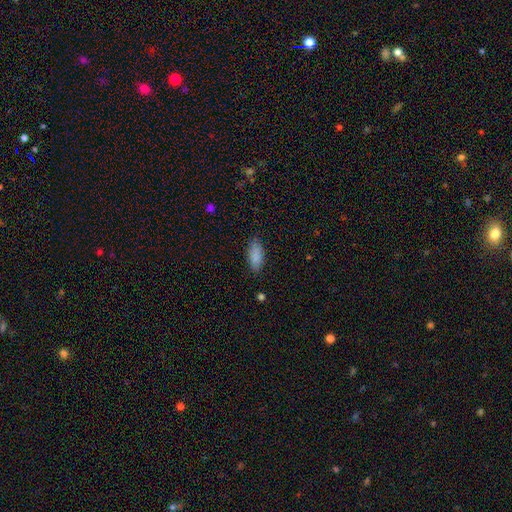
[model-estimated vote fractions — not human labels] Smooth or featured? smooth (88%)
How rounded? in between (88%)
Merging? none (83%)